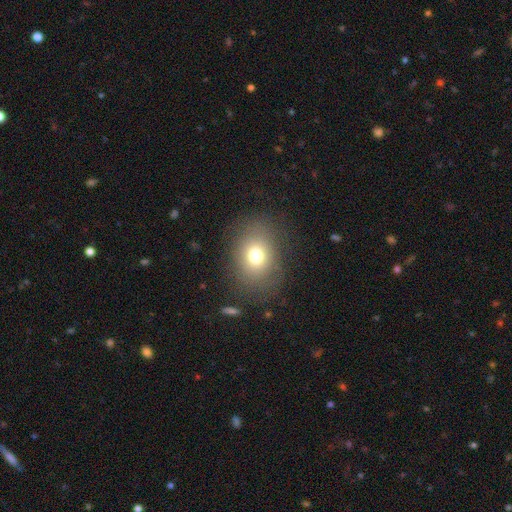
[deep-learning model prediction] This is likely a smooth galaxy (74%). How rounded: possibly in between (57%). Merging: clearly none (80%).